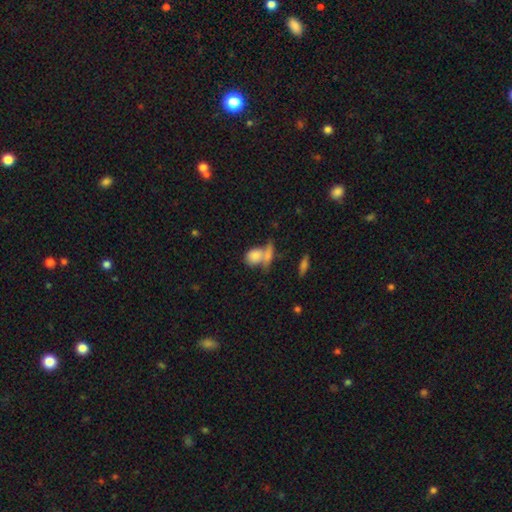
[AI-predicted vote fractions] This appears to be a smooth galaxy with no disk features (79%) that is round (48%). Merging: merger (48%).